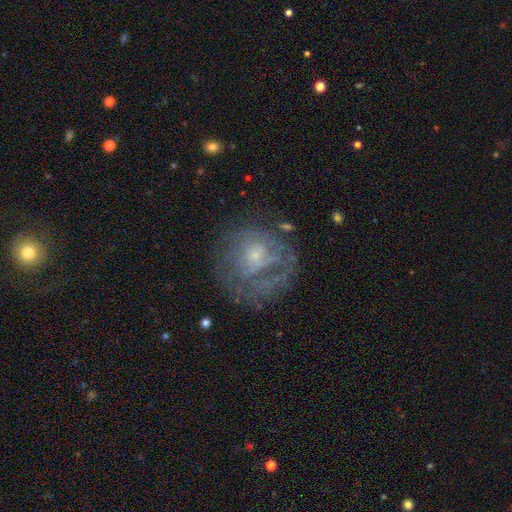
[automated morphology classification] The model was most divided on "spiral arms" (2-way tie): yes: 50%, no: 50%. More confident: edge-on disk — no (98%); bar — no (76%); smooth or featured — featured or disk (63%); bulge size — small (57%); merging — none (54%).